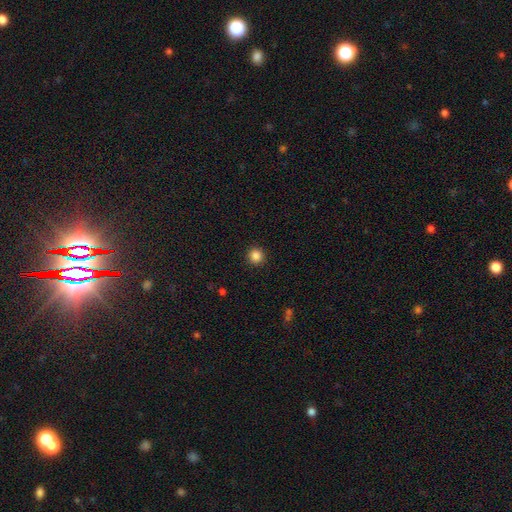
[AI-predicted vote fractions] A smooth galaxy with no disk features (86%) that is round (94%).

Vote fractions:
- Smooth or featured? smooth: 86% / star or artifact: 11% / featured or disk: 3%
- How rounded? round: 94% / in between: 5% / cigar-shaped: 1%
- Merging? none: 92% / minor disturbance: 5% / major disturbance: 2% / merger: 1%